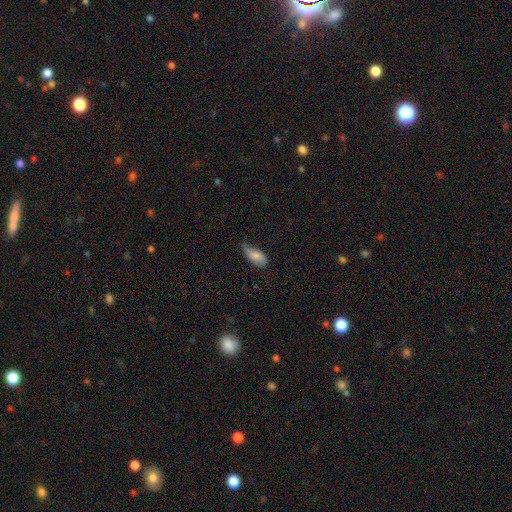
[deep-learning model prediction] A smooth galaxy with no disk features (73%) that is in between round and cigar-shaped (88%). Merging: minor disturbance (45%).